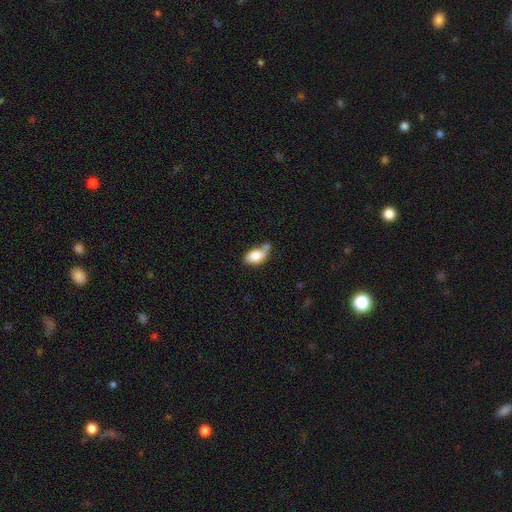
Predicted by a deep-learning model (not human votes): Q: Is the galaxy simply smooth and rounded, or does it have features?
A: smooth — 82%.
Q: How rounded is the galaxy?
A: in between — 91%.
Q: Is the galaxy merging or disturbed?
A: none — 38%.